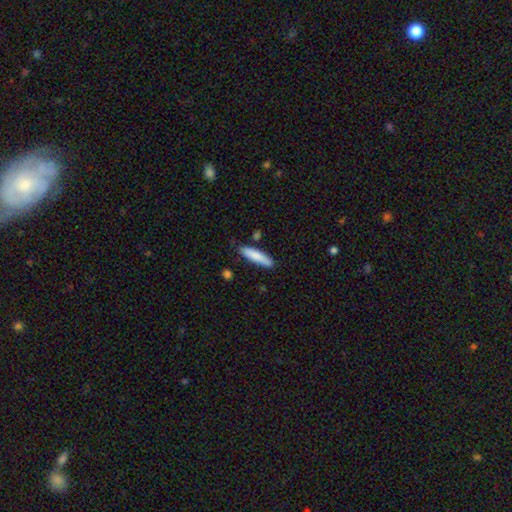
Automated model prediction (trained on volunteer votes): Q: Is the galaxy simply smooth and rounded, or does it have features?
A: smooth — 83%.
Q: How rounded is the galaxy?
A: cigar-shaped — 77%.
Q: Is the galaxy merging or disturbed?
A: none — 81%.